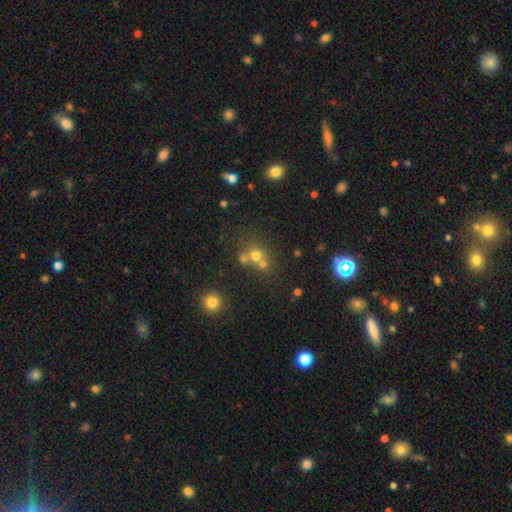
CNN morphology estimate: Smooth or featured?
  - smooth: 64% *
  - star or artifact: 22%
  - featured or disk: 15%
How rounded?
  - round: 83% *
  - in between: 16%
  - cigar-shaped: 1%
Merging?
  - none: 47% *
  - merger: 41%
  - minor disturbance: 8%
  - major disturbance: 4%